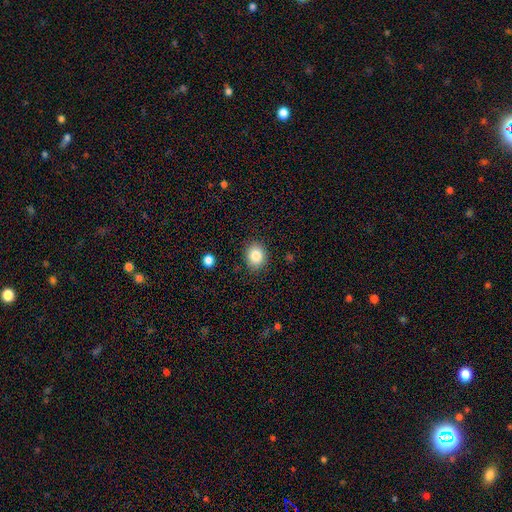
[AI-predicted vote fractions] smooth-or-featured: smooth: 84% | star or artifact: 10% | featured or disk: 6%
  how-rounded: round: 62% | in between: 37% | cigar-shaped: 1%
  merging: none: 87% | minor disturbance: 9% | major disturbance: 2% | merger: 1%